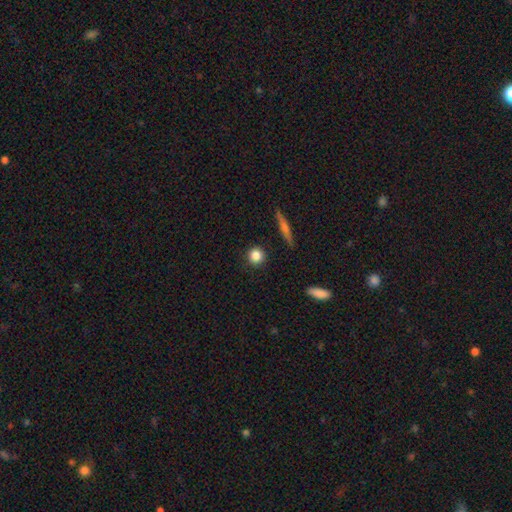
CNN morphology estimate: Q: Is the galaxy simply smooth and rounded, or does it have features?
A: smooth — 84%.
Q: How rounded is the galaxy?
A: round — 91%.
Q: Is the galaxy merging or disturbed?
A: none — 90%.